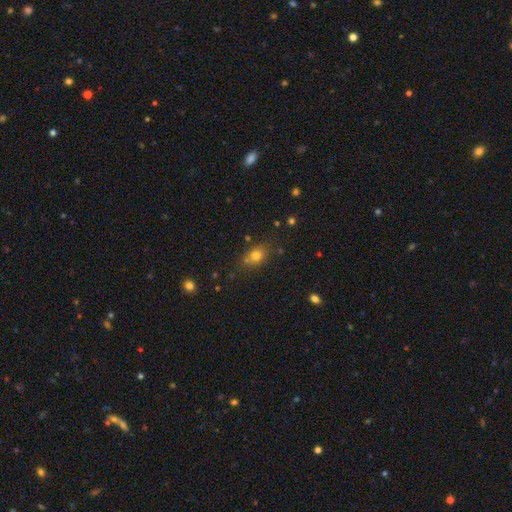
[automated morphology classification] Overall: smooth (76%). How rounded: in between (55%; round 43%). Merging: none (68%).